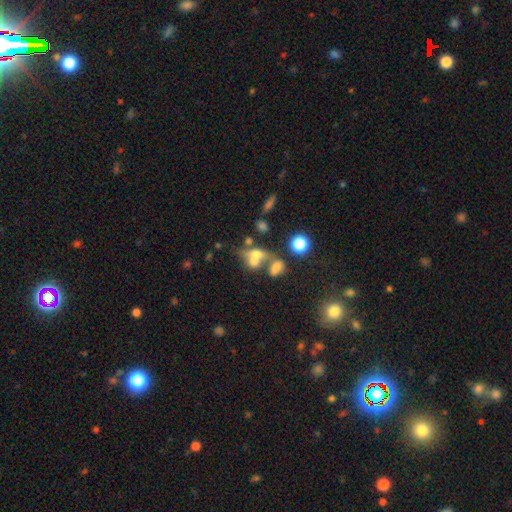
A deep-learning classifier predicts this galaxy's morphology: type=smooth (58%); roundness=in between (58%); merging=merger (54%).